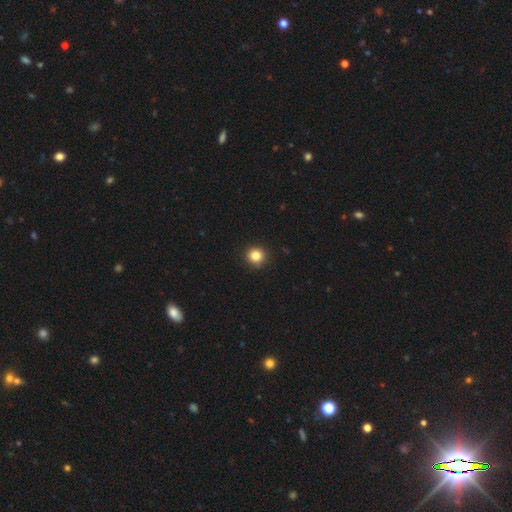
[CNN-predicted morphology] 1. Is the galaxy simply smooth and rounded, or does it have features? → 84% smooth, 11% star or artifact, 5% featured or disk.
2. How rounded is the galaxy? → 93% round, 6% in between, 1% cigar-shaped.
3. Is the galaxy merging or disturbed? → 92% none, 6% minor disturbance, 2% major disturbance, 1% merger.